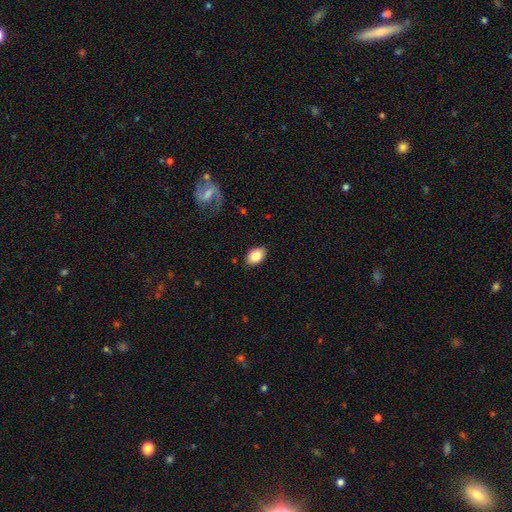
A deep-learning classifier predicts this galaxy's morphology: smooth-or-featured: smooth: 83% | featured or disk: 9% | star or artifact: 7%
  how-rounded: in between: 85% | round: 14% | cigar-shaped: 1%
  merging: none: 85% | minor disturbance: 12% | major disturbance: 3% | merger: 1%